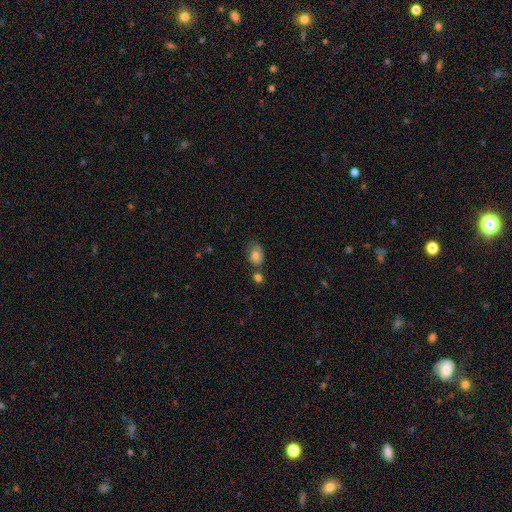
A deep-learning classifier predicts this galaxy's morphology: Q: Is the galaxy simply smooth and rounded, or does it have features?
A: smooth — 80%.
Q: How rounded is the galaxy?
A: in between — 72%.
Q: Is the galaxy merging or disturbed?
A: none — 57%.